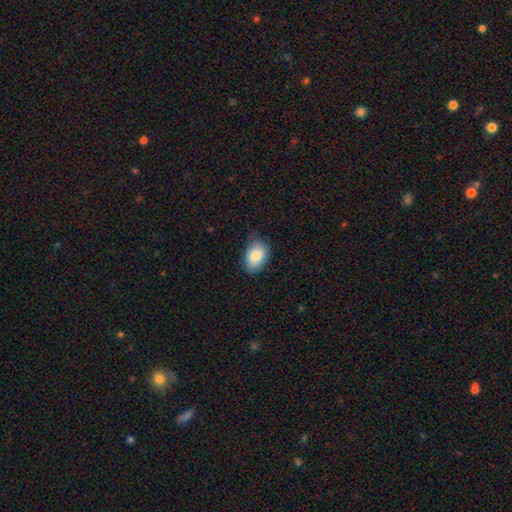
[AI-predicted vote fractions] Smooth or featured? Predicted: smooth (p=0.84). How rounded? Predicted: in between (p=0.88). Merging? Predicted: none (p=0.65).